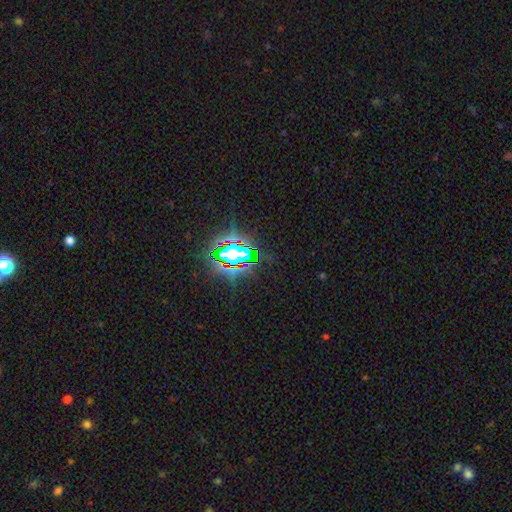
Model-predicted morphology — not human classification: Q: Smooth or featured?
A: star or artifact (77%); runner-up: smooth (13%)